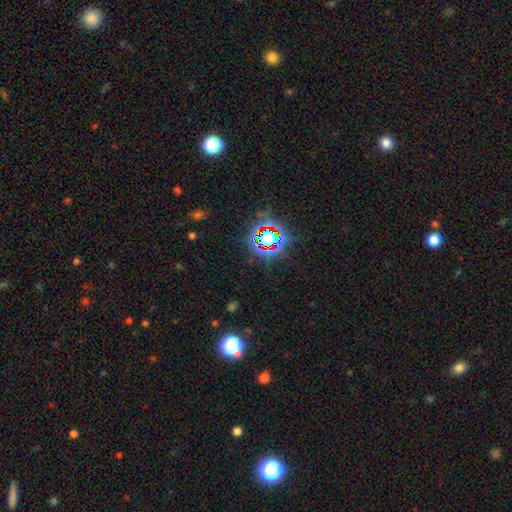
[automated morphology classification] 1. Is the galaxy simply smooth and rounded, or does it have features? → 71% star or artifact, 20% smooth, 9% featured or disk.